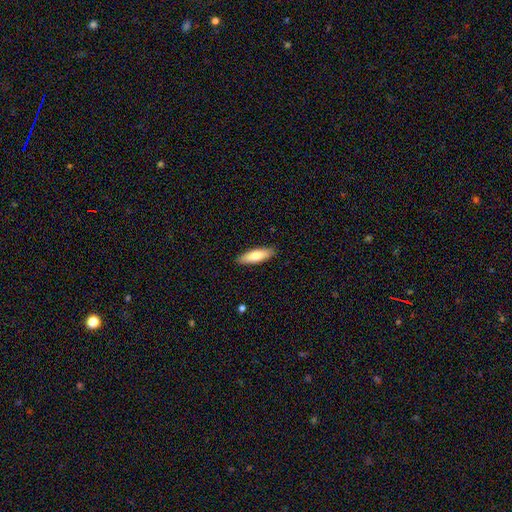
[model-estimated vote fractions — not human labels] smooth-or-featured: smooth: 73% | featured or disk: 21% | star or artifact: 5%
  how-rounded: in between: 52% | cigar-shaped: 46% | round: 2%
  merging: none: 88% | minor disturbance: 9% | major disturbance: 2% | merger: 1%